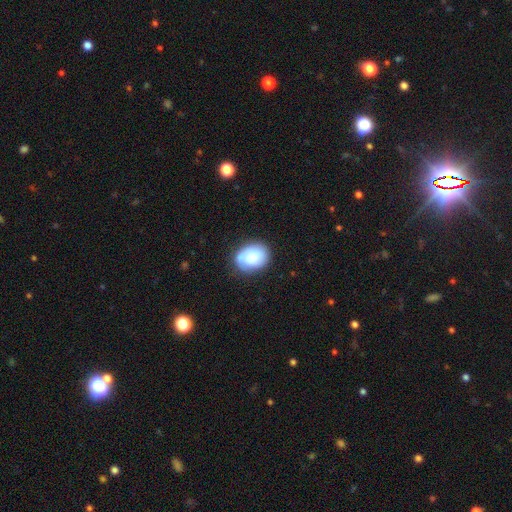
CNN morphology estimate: smooth 70%, featured or disk 23%, star or artifact 7%. Down the decision tree: how rounded — in between (58%); merging — none (72%).